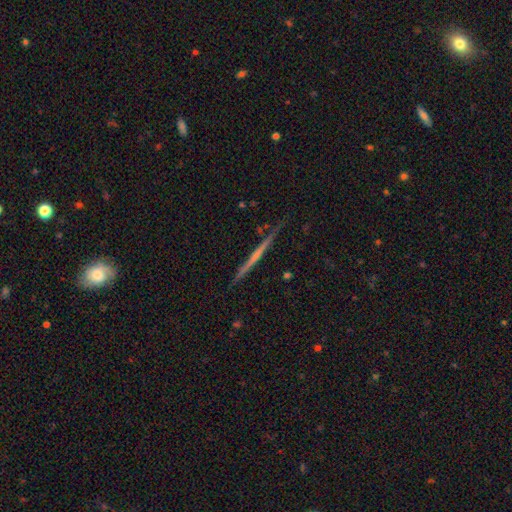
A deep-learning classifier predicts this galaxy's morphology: Smooth or featured?
  - featured or disk: 66% *
  - smooth: 27%
  - star or artifact: 6%
Edge-on disk?
  - yes: 98% *
  - no: 2%
Edge-on bulge?
  - none: 77% *
  - rounded: 18%
  - boxy: 5%
Merging?
  - none: 88% *
  - minor disturbance: 9%
  - major disturbance: 2%
  - merger: 2%